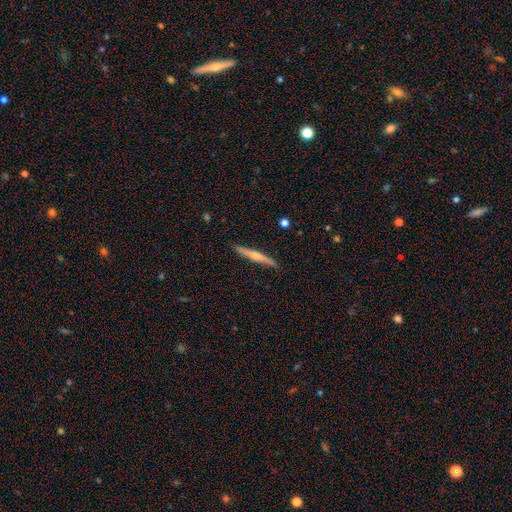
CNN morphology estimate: This appears to be a featured or disk galaxy (53%) viewed edge-on (97%) with a rounded central bulge (66%). Merging: none (89%).